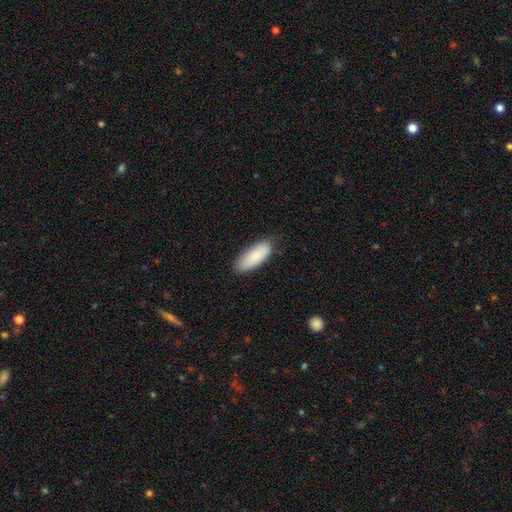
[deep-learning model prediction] Morphology: type=smooth (88%); roundness=in between (75%); merging=none (83%).